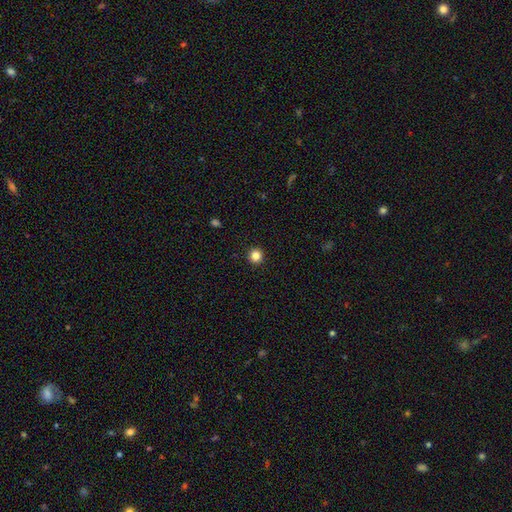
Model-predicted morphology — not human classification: Smooth or featured: smooth — 84% (star or artifact — 12%)
How rounded: round — 96% (in between — 3%)
Merging: none — 94% (minor disturbance — 4%)